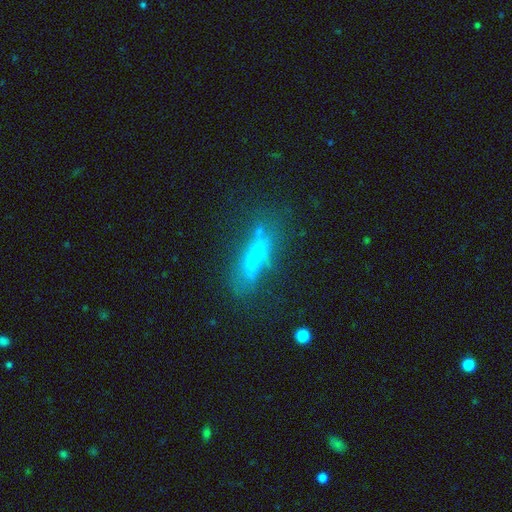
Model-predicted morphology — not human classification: smooth 57%, featured or disk 30%, star or artifact 13%. Down the decision tree: how rounded — cigar-shaped (75%); merging — none (54%).